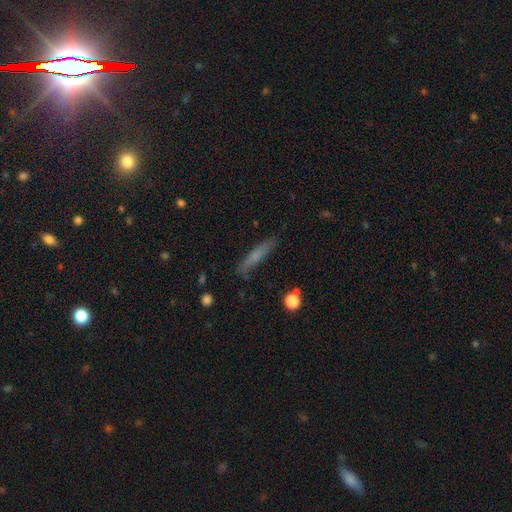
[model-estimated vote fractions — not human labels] Smooth or featured: smooth — 64% (featured or disk — 27%)
How rounded: cigar-shaped — 89% (in between — 9%)
Merging: none — 79% (minor disturbance — 15%)